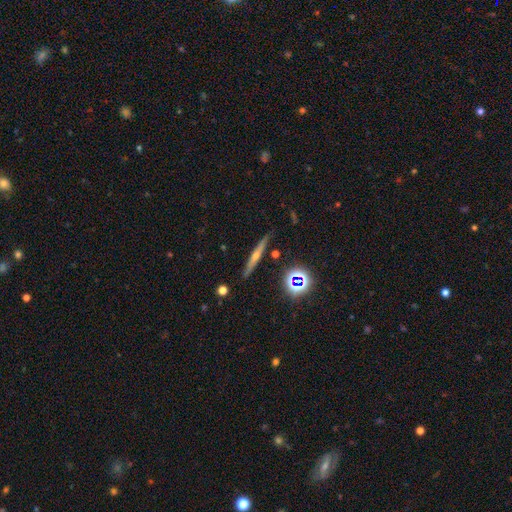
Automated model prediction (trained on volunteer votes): smooth_or_featured: featured or disk (p=0.60) [alt: smooth p=0.26]
disk_edge_on: yes (p=0.96) [alt: no p=0.04]
edge_on_bulge: rounded (p=0.77) [alt: none p=0.17]
merging: none (p=0.89) [alt: minor disturbance p=0.08]